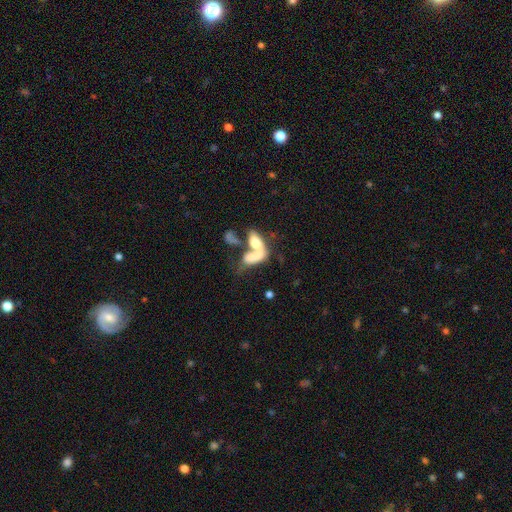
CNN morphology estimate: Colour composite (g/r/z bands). It shows a smooth galaxy with no disk features (59%) that is in between round and cigar-shaped (85%). Merging: merger (71%).